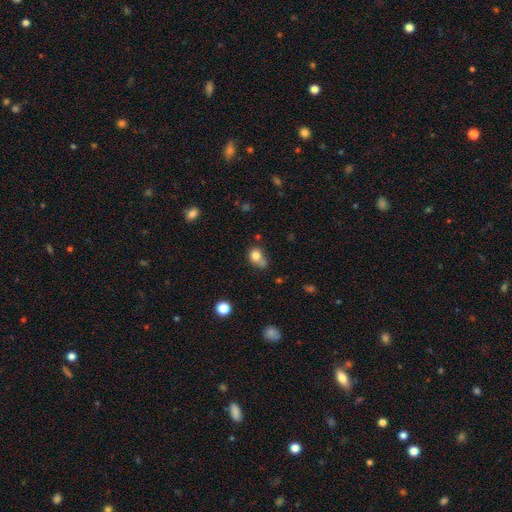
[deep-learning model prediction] smooth 78%, star or artifact 11%, featured or disk 10%. Down the decision tree: how rounded — round (55%); merging — none (38%).